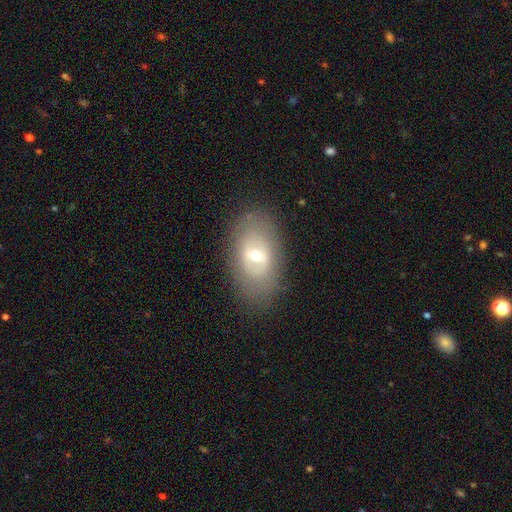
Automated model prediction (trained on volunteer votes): A featured or disk galaxy (53%).

Vote fractions:
- Smooth or featured? featured or disk: 53% / smooth: 38% / star or artifact: 9%
- Edge-on disk? no: 87% / yes: 13%
- Merging? none: 81% / minor disturbance: 12% / major disturbance: 5% / merger: 1%